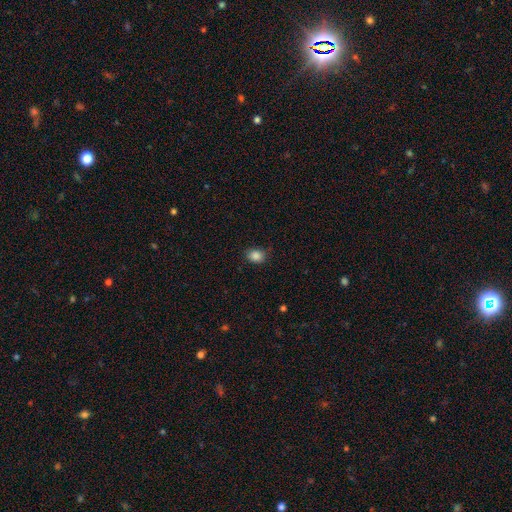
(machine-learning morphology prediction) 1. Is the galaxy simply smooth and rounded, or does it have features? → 87% smooth, 10% star or artifact, 4% featured or disk.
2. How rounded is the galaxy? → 55% in between, 44% round, 1% cigar-shaped.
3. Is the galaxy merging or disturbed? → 80% none, 15% minor disturbance, 3% major disturbance, 1% merger.